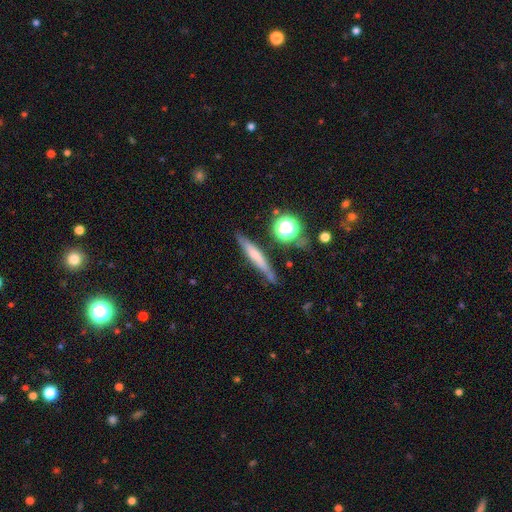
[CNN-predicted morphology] A smooth galaxy with no disk features (50%) that is cigar-shaped (89%). Merging: none (79%).